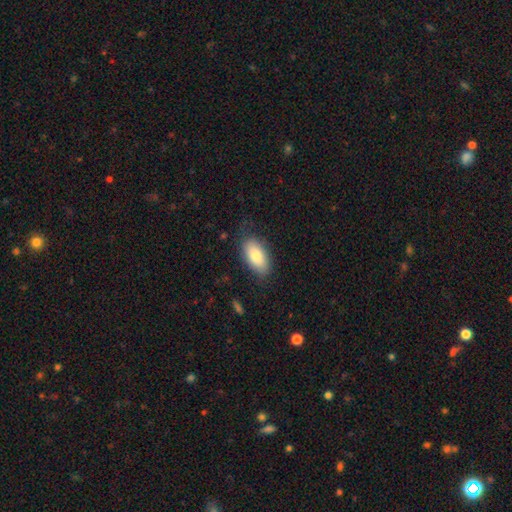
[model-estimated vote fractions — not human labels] A smooth galaxy with no disk features (83%) that is in between round and cigar-shaped (93%).

Vote fractions:
- Smooth or featured? smooth: 83% / featured or disk: 11% / star or artifact: 6%
- How rounded? in between: 93% / cigar-shaped: 4% / round: 3%
- Merging? none: 77% / minor disturbance: 17% / major disturbance: 5% / merger: 1%